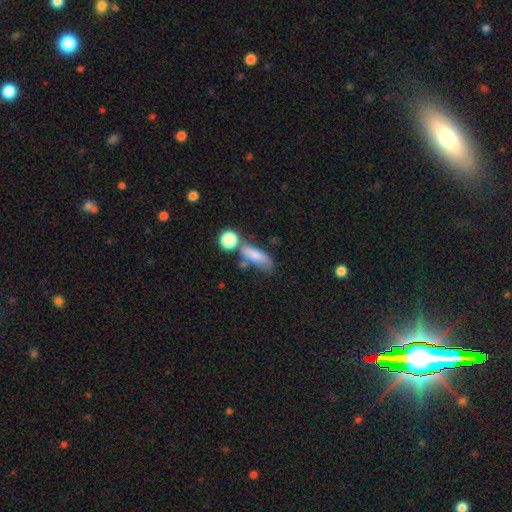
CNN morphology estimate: Overall: smooth (76%). How rounded: in between (58%; cigar-shaped 35%). Merging: none (48%; merger 23%).